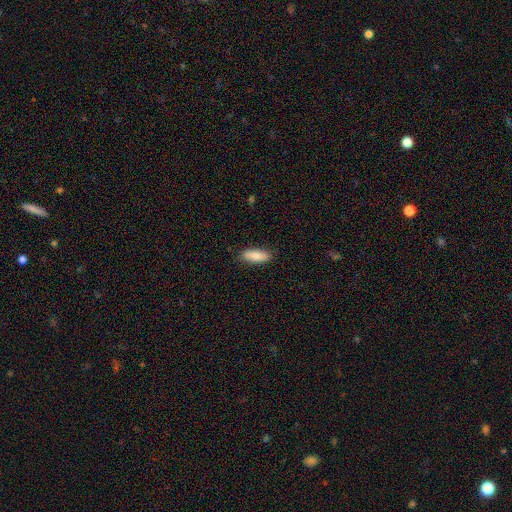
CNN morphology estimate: A smooth galaxy with no disk features (83%) that is in between round and cigar-shaped (66%). Merging: none (86%).